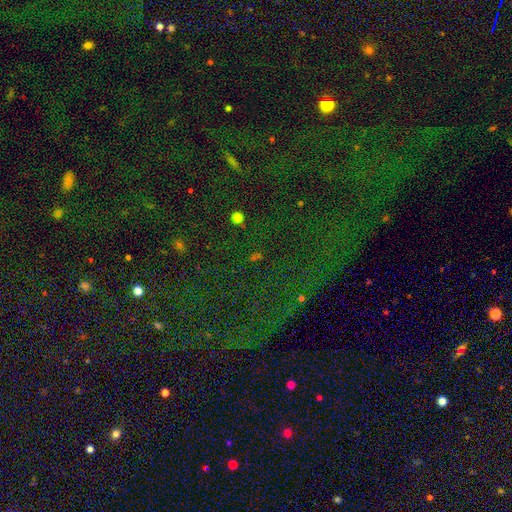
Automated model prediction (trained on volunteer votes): This appears to be a star or artifact, not a galaxy (78%).